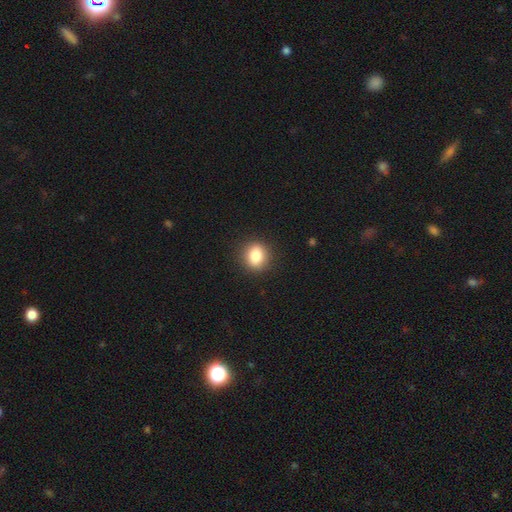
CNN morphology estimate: Smooth or featured: smooth — 83% (star or artifact — 10%)
How rounded: round — 73% (in between — 26%)
Merging: none — 90% (minor disturbance — 7%)